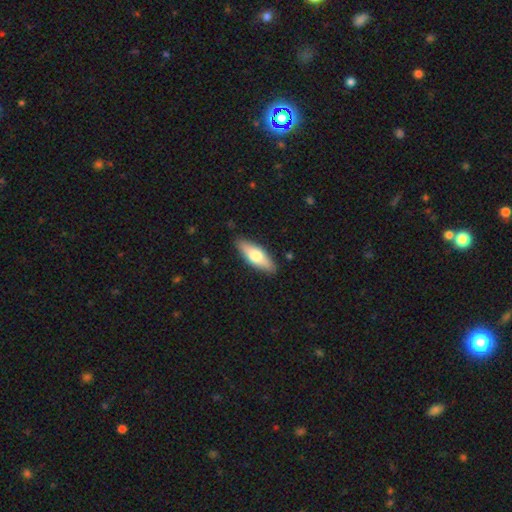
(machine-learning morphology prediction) A smooth galaxy with no disk features (63%) that is in between round and cigar-shaped (61%).

Vote fractions:
- Smooth or featured? smooth: 63% / featured or disk: 32% / star or artifact: 5%
- How rounded? in between: 61% / cigar-shaped: 37% / round: 2%
- Merging? none: 87% / minor disturbance: 10% / major disturbance: 2% / merger: 1%